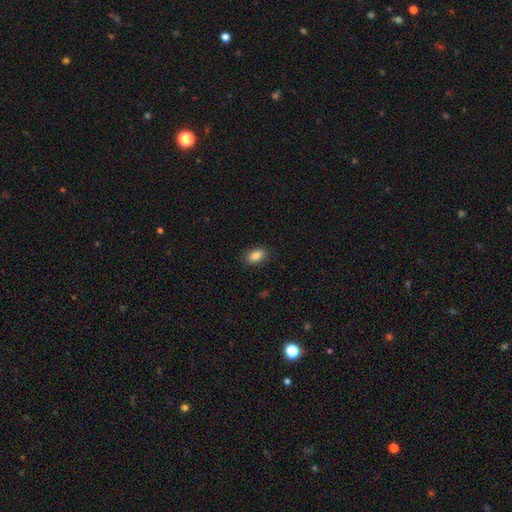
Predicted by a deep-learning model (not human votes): The model was most divided on "merging": none: 88%, minor disturbance: 9%, major disturbance: 2%, merger: 1%. More confident: how rounded — in between (90%); smooth or featured — smooth (88%).